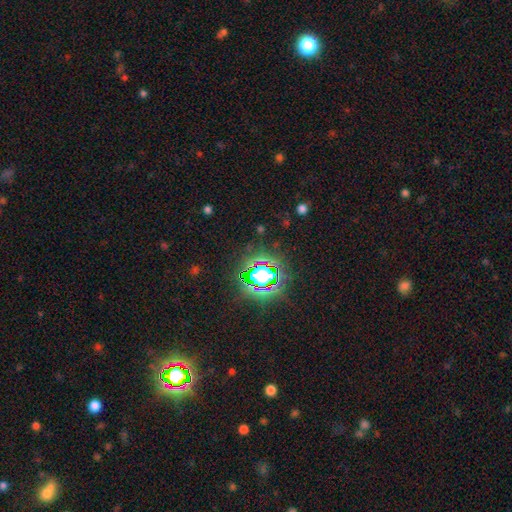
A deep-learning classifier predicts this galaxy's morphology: Smooth or featured: star or artifact — 80% (smooth — 12%)